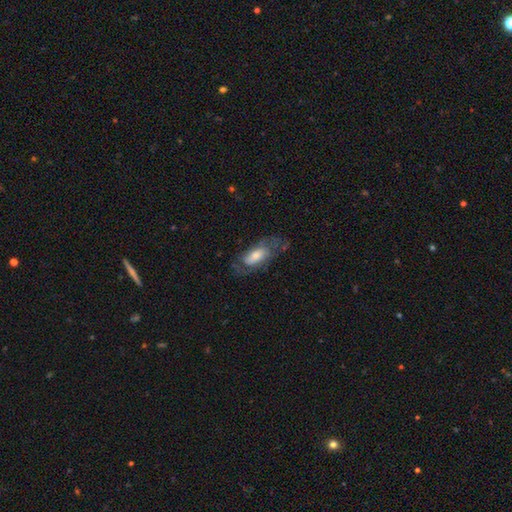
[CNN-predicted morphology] Smooth or featured? Predicted: smooth (p=0.48). Merging? Predicted: none (p=0.51).